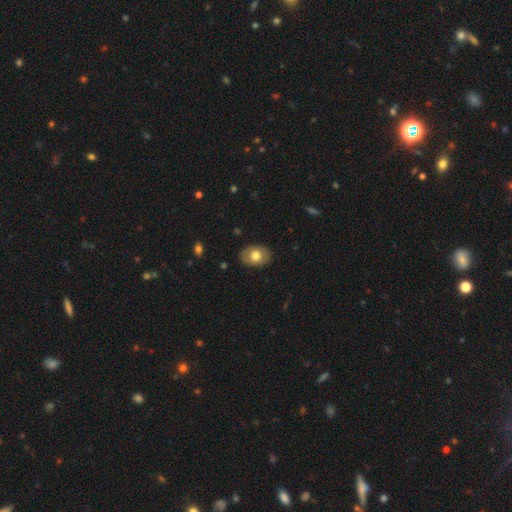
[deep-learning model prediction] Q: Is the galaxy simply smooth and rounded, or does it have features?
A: smooth — 72%.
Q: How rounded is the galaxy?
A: in between — 79%.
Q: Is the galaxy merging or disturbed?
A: none — 86%.